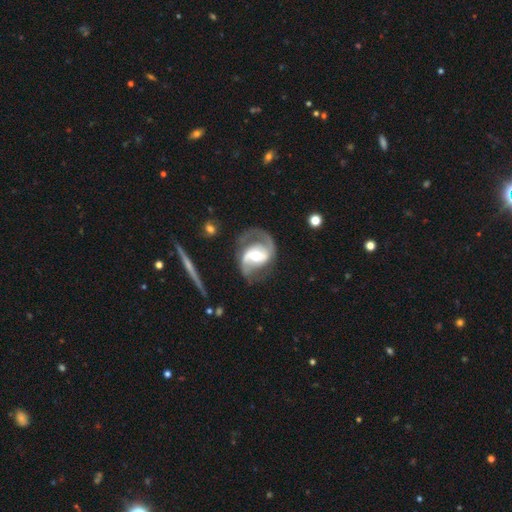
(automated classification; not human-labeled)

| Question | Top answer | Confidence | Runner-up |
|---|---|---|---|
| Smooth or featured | featured or disk | 88% | smooth (8%) |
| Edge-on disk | no | 97% | yes (3%) |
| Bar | weak | 35% | no (33%) |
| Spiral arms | yes | 95% | no (5%) |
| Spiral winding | medium | 50% | loose (32%) |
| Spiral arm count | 2 | 88% | 1 (5%) |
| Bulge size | moderate | 65% | small (25%) |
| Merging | none | 67% | minor disturbance (16%) |